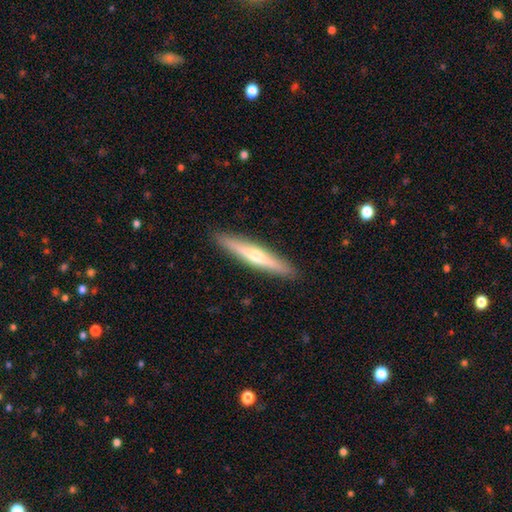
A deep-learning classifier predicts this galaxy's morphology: This is possibly a featured or disk galaxy (58%). It is clearly viewed edge-on (95%). Edge-on bulge: clearly rounded (81%). Merging: clearly none (91%).